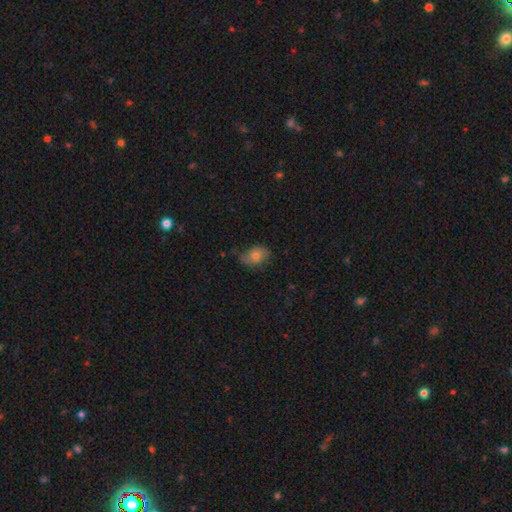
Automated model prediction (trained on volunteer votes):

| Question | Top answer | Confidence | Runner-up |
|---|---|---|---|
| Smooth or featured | smooth | 74% | featured or disk (16%) |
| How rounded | in between | 84% | round (14%) |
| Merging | none | 66% | minor disturbance (27%) |